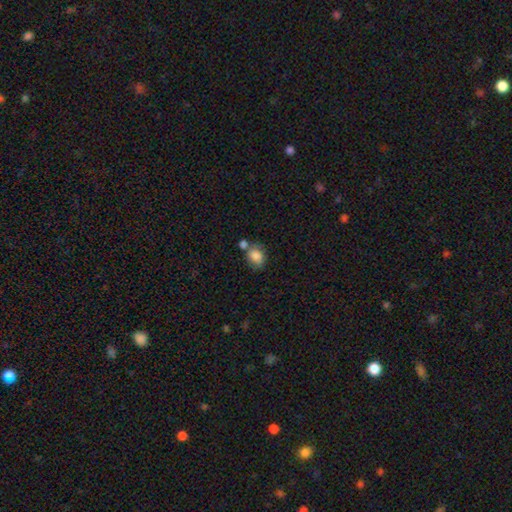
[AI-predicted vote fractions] Overall: smooth (82%). How rounded: in between (53%; round 46%). Merging: none (49%; merger 26%).